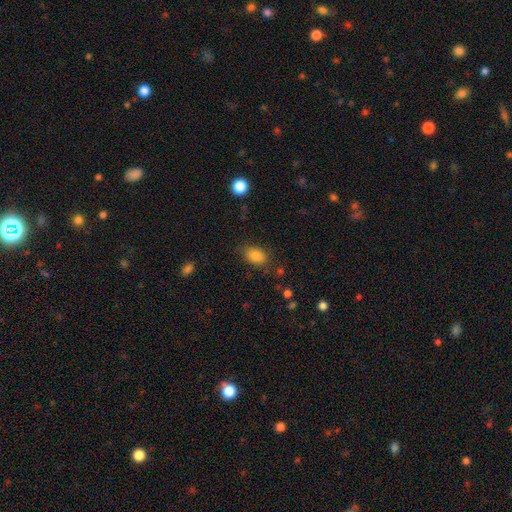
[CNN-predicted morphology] Smooth or featured?
  - smooth: 85% *
  - star or artifact: 10%
  - featured or disk: 6%
How rounded?
  - in between: 82% *
  - round: 17%
  - cigar-shaped: 2%
Merging?
  - none: 77% *
  - minor disturbance: 16%
  - major disturbance: 5%
  - merger: 2%